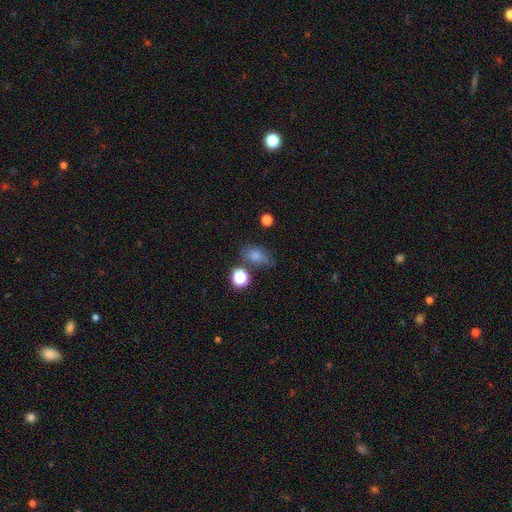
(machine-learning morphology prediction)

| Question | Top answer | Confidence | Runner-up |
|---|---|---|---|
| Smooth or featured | smooth | 76% | star or artifact (15%) |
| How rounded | in between | 76% | round (22%) |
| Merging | none | 60% | minor disturbance (24%) |